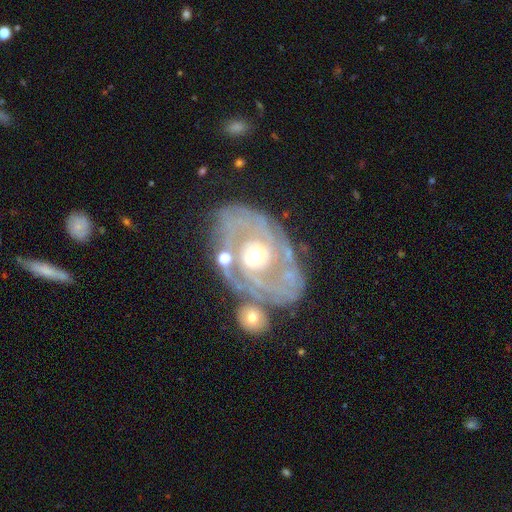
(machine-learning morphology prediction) This appears to be a featured or disk galaxy (85%) with no bar (70%), 2 (40%) tight (60%) spiral arms (84%) and a moderate central bulge (72%). Merging: none (57%).